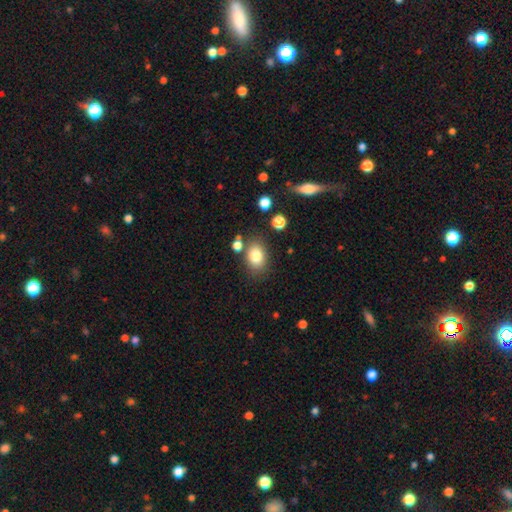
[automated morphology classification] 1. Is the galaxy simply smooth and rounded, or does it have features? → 81% smooth, 10% star or artifact, 9% featured or disk.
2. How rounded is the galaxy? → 73% in between, 26% round, 1% cigar-shaped.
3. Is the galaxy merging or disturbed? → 75% none, 13% minor disturbance, 7% merger, 4% major disturbance.